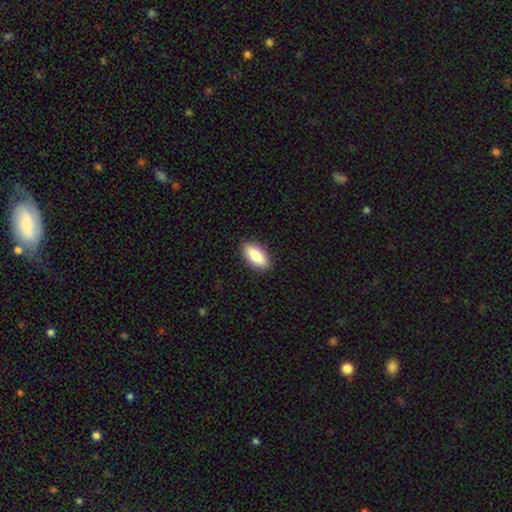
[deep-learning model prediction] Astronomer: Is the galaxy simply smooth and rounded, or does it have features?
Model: smooth — 85%.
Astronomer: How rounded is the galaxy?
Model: in between — 90%.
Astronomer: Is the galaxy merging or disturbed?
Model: none — 89%.